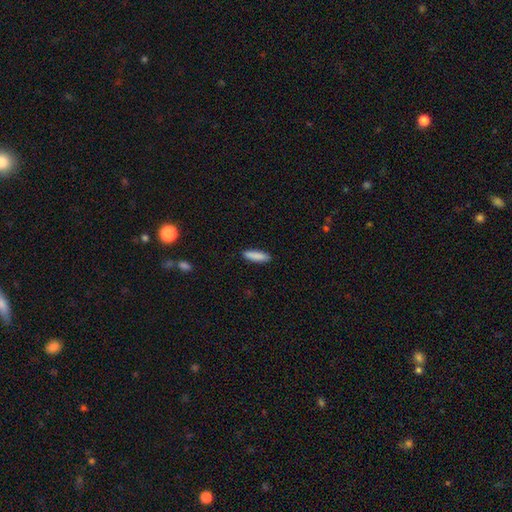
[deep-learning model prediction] smooth-or-featured: smooth: 88% | star or artifact: 6% | featured or disk: 6%
  how-rounded: cigar-shaped: 67% | in between: 31% | round: 2%
  merging: none: 90% | minor disturbance: 7% | major disturbance: 2% | merger: 1%